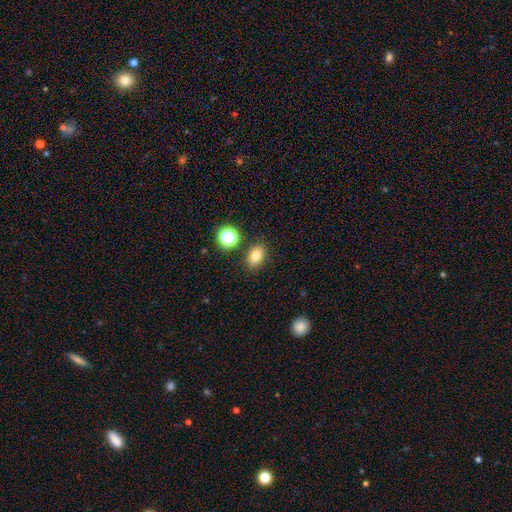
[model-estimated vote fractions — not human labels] The model was most divided on "how rounded": in between: 78%, round: 20%, cigar-shaped: 2%. More confident: merging — none (83%); smooth or featured — smooth (79%).